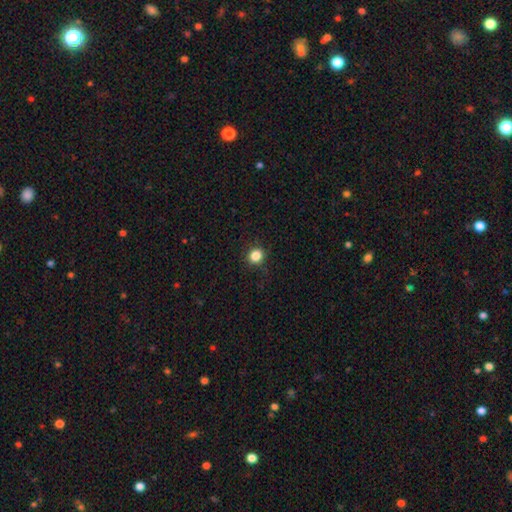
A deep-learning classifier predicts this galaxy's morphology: Smooth or featured?
  - smooth: 85% *
  - star or artifact: 12%
  - featured or disk: 4%
How rounded?
  - round: 82% *
  - in between: 17%
  - cigar-shaped: 1%
Merging?
  - none: 87% *
  - minor disturbance: 9%
  - major disturbance: 3%
  - merger: 1%